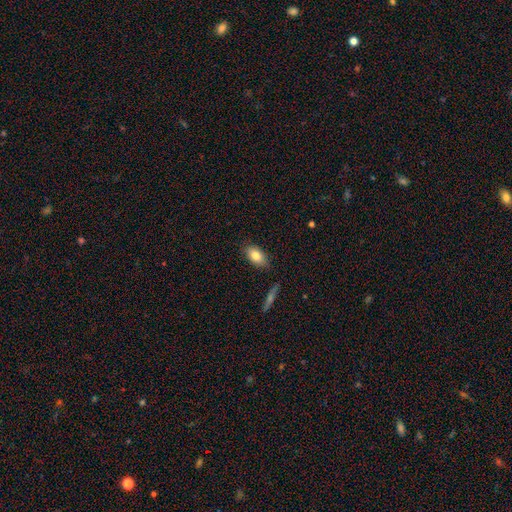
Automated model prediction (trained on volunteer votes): smooth_or_featured: smooth (p=0.80) [alt: featured or disk p=0.12]
how_rounded: in between (p=0.89) [alt: round p=0.06]
merging: none (p=0.83) [alt: minor disturbance p=0.12]